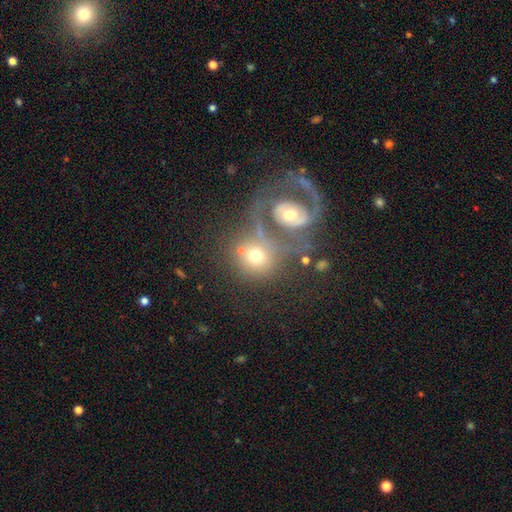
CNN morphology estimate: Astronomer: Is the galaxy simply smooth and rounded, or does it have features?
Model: smooth — 52% (runner-up: featured or disk, 37%).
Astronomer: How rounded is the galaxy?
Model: round — 75%.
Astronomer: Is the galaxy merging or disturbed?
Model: merger — 46% (runner-up: none, 33%).